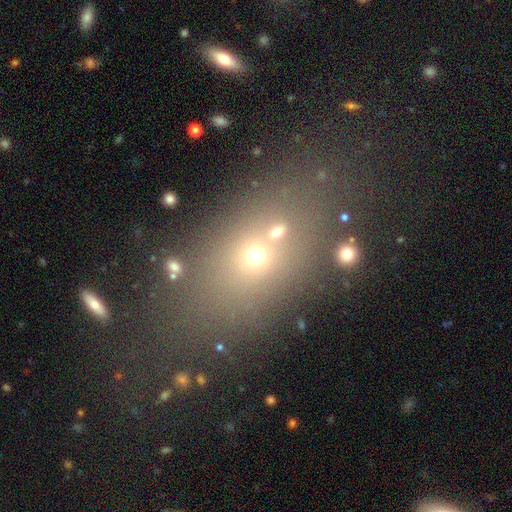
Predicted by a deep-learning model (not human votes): Smooth or featured: smooth — 59% (star or artifact — 24%)
How rounded: in between — 64% (round — 30%)
Merging: none — 63% (merger — 18%)